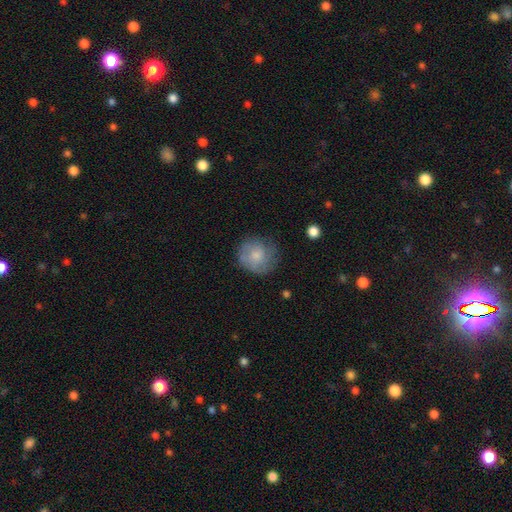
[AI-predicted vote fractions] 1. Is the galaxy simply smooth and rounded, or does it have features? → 62% smooth, 30% featured or disk, 8% star or artifact.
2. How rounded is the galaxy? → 89% round, 10% in between, 1% cigar-shaped.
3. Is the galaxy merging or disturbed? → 69% none, 20% minor disturbance, 8% major disturbance, 2% merger.